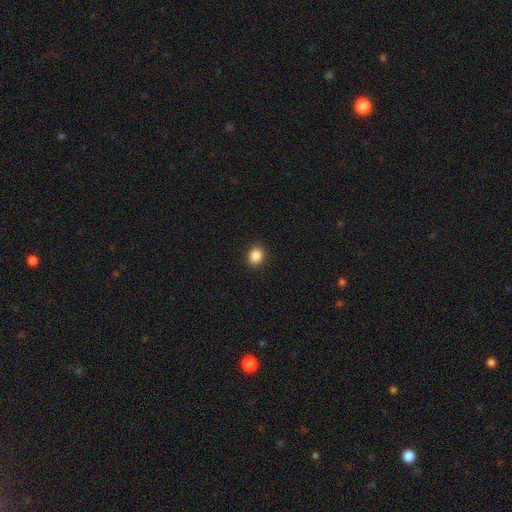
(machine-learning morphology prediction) A smooth galaxy with no disk features (87%) that is round (65%).

Vote fractions:
- Smooth or featured? smooth: 87% / star or artifact: 10% / featured or disk: 4%
- How rounded? round: 65% / in between: 34% / cigar-shaped: 1%
- Merging? none: 91% / minor disturbance: 6% / major disturbance: 2% / merger: 1%